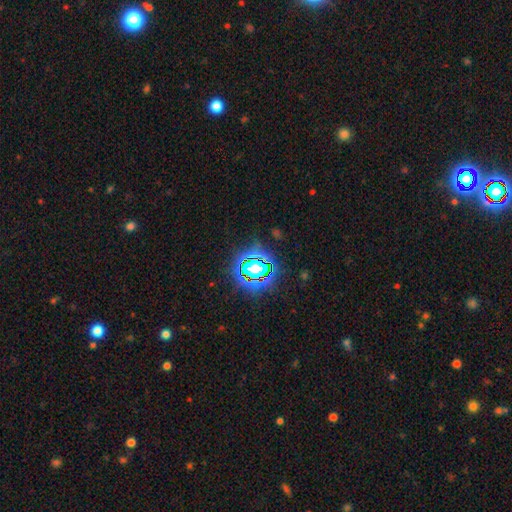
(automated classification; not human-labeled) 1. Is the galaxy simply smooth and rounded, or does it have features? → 80% star or artifact, 12% smooth, 8% featured or disk.